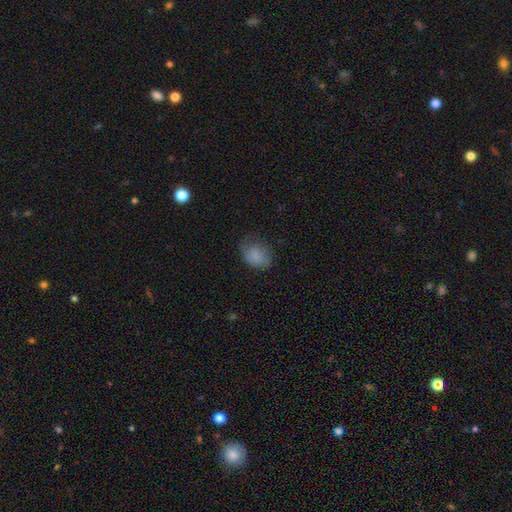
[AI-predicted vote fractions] smooth-or-featured: smooth: 80% | featured or disk: 11% | star or artifact: 9%
  how-rounded: in between: 65% | round: 34% | cigar-shaped: 1%
  merging: none: 56% | minor disturbance: 30% | major disturbance: 13% | merger: 1%